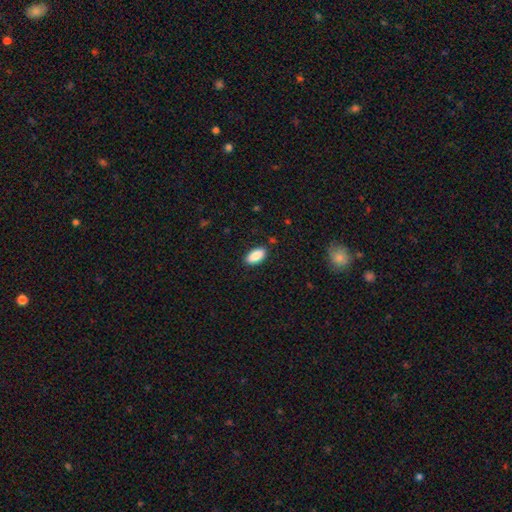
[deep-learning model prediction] A smooth galaxy with no disk features (88%) that is in between round and cigar-shaped (92%).

Vote fractions:
- Smooth or featured? smooth: 88% / star or artifact: 7% / featured or disk: 5%
- How rounded? in between: 92% / cigar-shaped: 5% / round: 2%
- Merging? none: 87% / minor disturbance: 10% / major disturbance: 2% / merger: 1%